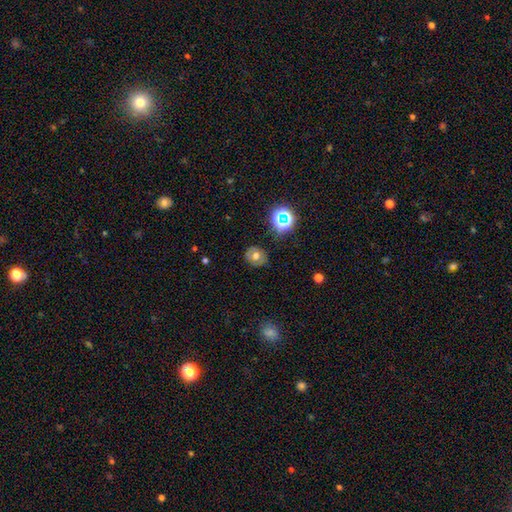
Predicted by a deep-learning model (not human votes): smooth_or_featured: smooth (p=0.56) [alt: featured or disk p=0.27]
how_rounded: round (p=0.72) [alt: in between p=0.27]
merging: none (p=0.80) [alt: minor disturbance p=0.14]